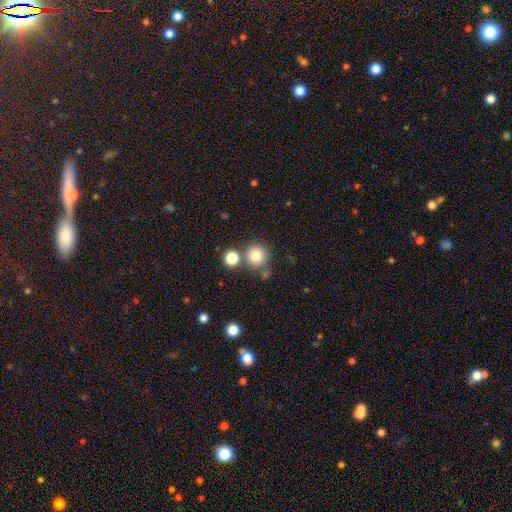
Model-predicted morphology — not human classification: The model was most divided on "merging": none: 72%, merger: 16%, minor disturbance: 9%, major disturbance: 3%. More confident: how rounded — round (93%); smooth or featured — smooth (81%).